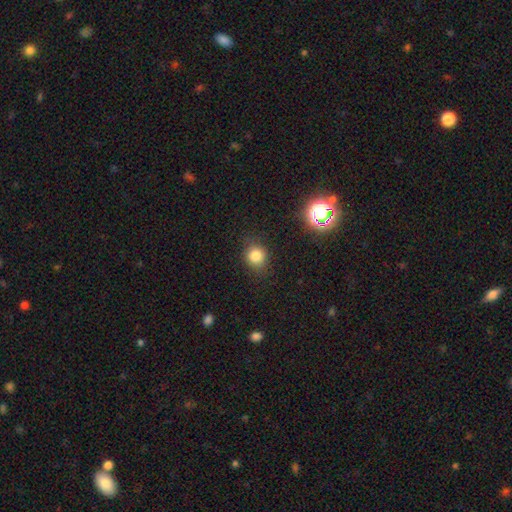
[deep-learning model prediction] This is likely a smooth galaxy (80%). How rounded: likely round (78%). Merging: clearly none (82%).